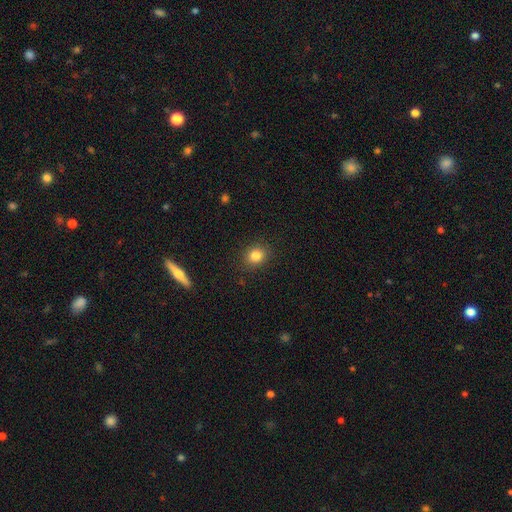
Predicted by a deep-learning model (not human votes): A smooth galaxy with no disk features (82%) that is round (70%).

Vote fractions:
- Smooth or featured? smooth: 82% / star or artifact: 12% / featured or disk: 6%
- How rounded? round: 70% / in between: 29% / cigar-shaped: 1%
- Merging? none: 89% / minor disturbance: 8% / major disturbance: 2% / merger: 1%